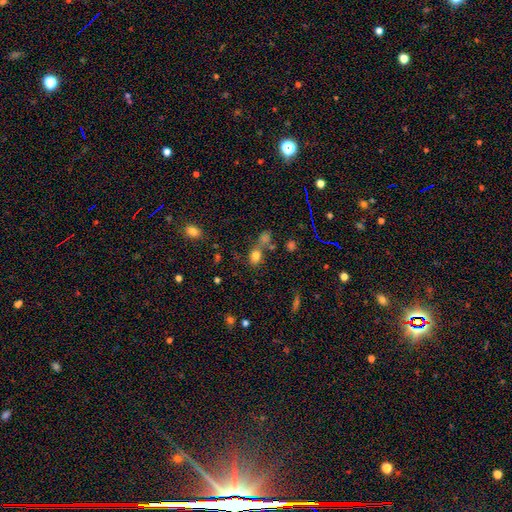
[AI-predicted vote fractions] The model was most divided on "how rounded": round: 52%, in between: 46%, cigar-shaped: 2%. More confident: smooth or featured — smooth (76%); merging — none (52%).